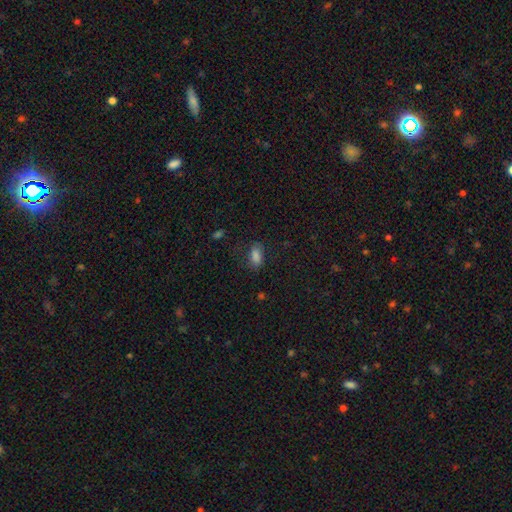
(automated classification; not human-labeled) A smooth galaxy with no disk features (84%) that is in between round and cigar-shaped (89%).

Vote fractions:
- Smooth or featured? smooth: 84% / star or artifact: 11% / featured or disk: 6%
- How rounded? in between: 89% / round: 6% / cigar-shaped: 5%
- Merging? none: 74% / minor disturbance: 18% / major disturbance: 6% / merger: 2%